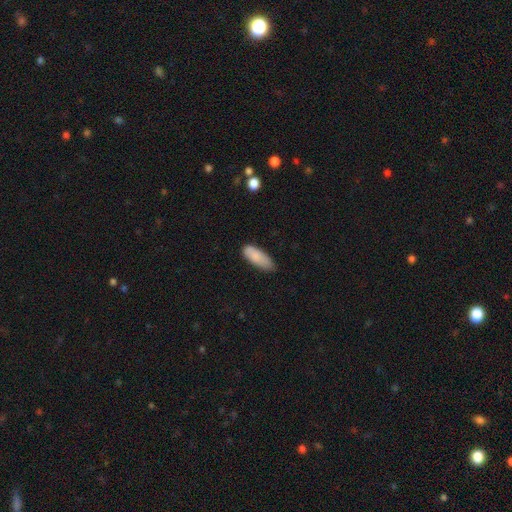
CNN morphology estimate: This appears to be a smooth galaxy with no disk features (86%) that is in between round and cigar-shaped (75%). Merging: none (65%).